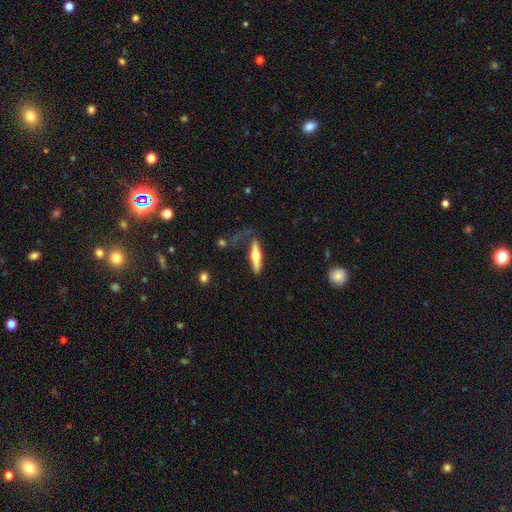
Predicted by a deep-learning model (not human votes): Morphology: type=featured or disk (54%); edge-on=yes (91%); merging=none (57%).